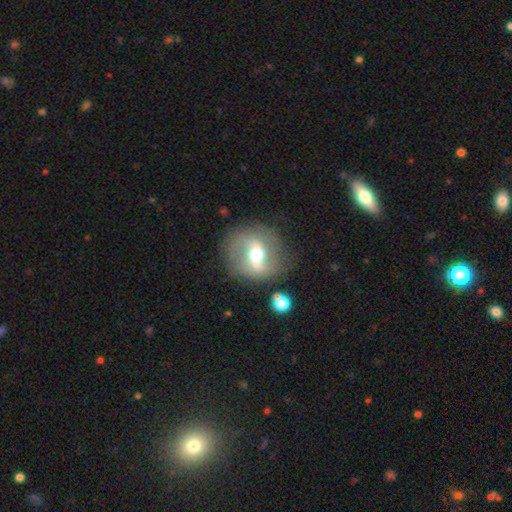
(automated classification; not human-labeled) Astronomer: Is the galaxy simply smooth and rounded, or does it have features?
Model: featured or disk — 71%.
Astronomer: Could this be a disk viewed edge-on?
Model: no — 91%.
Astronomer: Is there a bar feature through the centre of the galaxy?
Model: strong — 49% (runner-up: weak, 36%).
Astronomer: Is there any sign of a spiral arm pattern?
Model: yes — 64%.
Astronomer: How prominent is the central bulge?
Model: moderate — 67%.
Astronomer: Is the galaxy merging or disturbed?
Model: none — 74%.